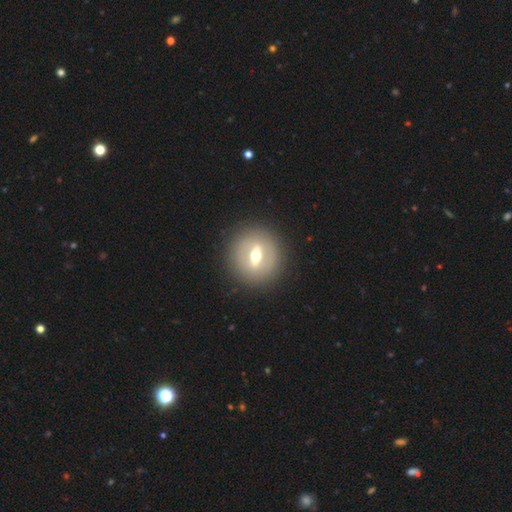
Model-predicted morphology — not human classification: Smooth or featured: featured or disk — 65% (smooth — 27%)
Edge-on disk: no — 66% (yes — 34%)
Merging: none — 88% (minor disturbance — 7%)